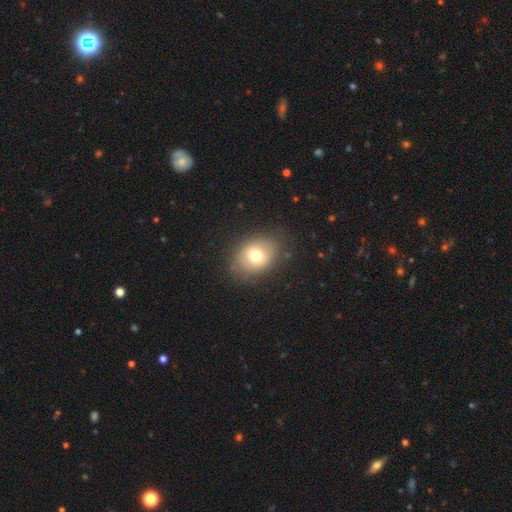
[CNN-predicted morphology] The model was most divided on "how rounded": in between: 66%, round: 33%, cigar-shaped: 1%. More confident: merging — none (82%); smooth or featured — smooth (72%).